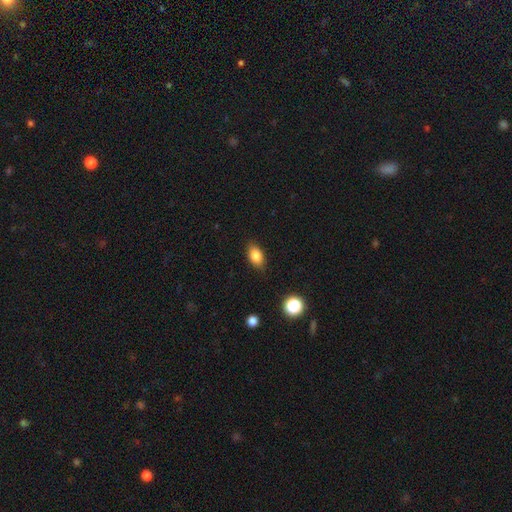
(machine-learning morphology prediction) Q: Smooth or featured?
A: smooth (84%); runner-up: star or artifact (9%)
Q: How rounded?
A: in between (88%); runner-up: round (9%)
Q: Merging?
A: none (86%); runner-up: minor disturbance (11%)